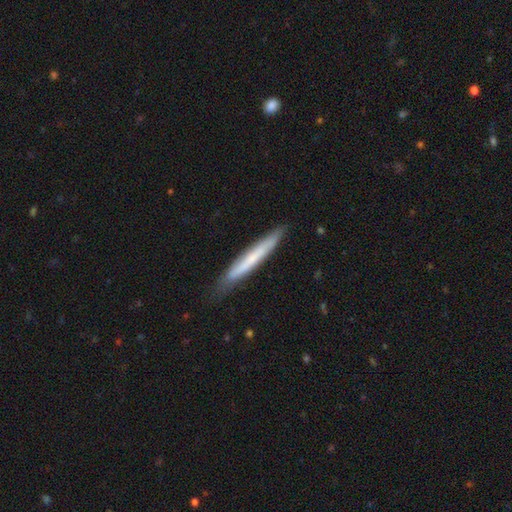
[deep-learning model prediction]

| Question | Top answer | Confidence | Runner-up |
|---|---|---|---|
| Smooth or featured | smooth | 54% | featured or disk (40%) |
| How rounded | cigar-shaped | 96% | in between (3%) |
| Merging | none | 83% | minor disturbance (13%) |